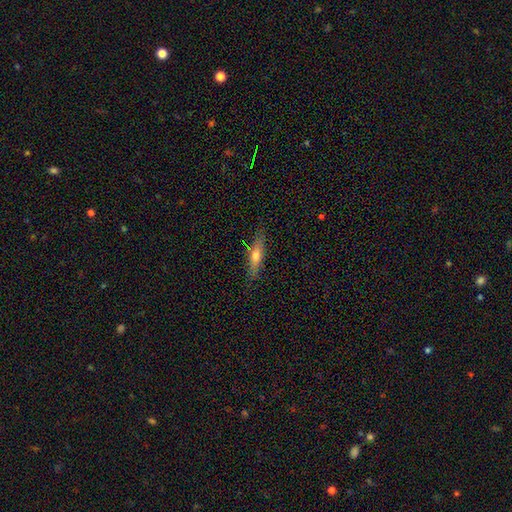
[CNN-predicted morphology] Q: Smooth or featured?
A: smooth (56%); runner-up: featured or disk (37%)
Q: How rounded?
A: cigar-shaped (67%); runner-up: in between (30%)
Q: Merging?
A: none (84%); runner-up: minor disturbance (12%)